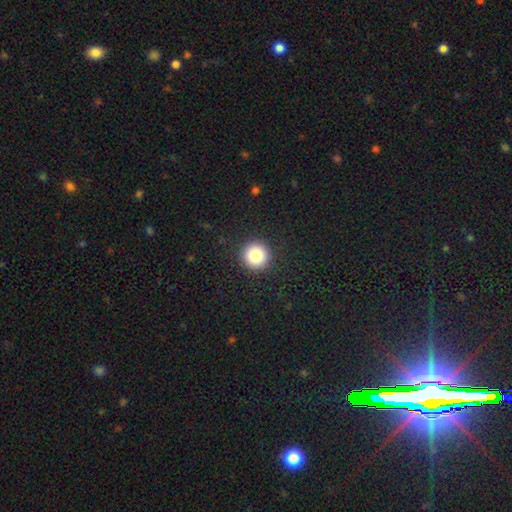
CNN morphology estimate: Overall: smooth (82%). How rounded: round (96%). Merging: none (92%).